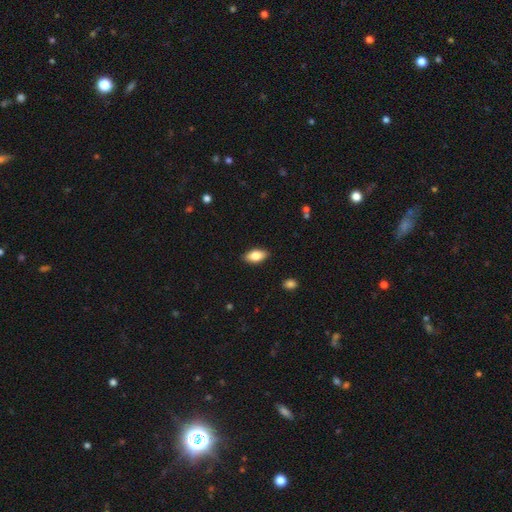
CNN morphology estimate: The model was most divided on "smooth or featured": smooth: 80%, featured or disk: 13%, star or artifact: 7%. More confident: how rounded — in between (91%); merging — none (88%).